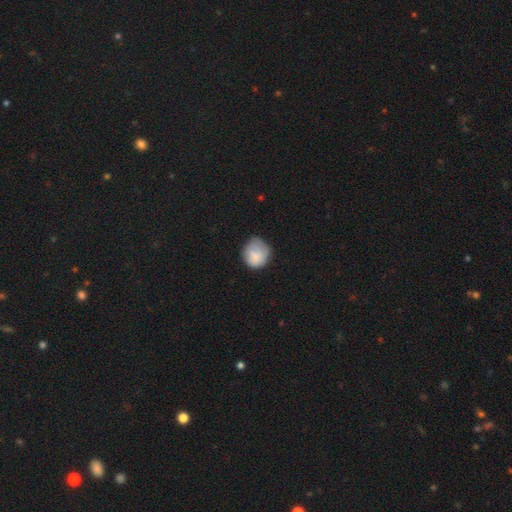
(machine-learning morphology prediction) Smooth or featured: smooth — 82% (featured or disk — 11%)
How rounded: round — 78% (in between — 21%)
Merging: none — 57% (minor disturbance — 32%)